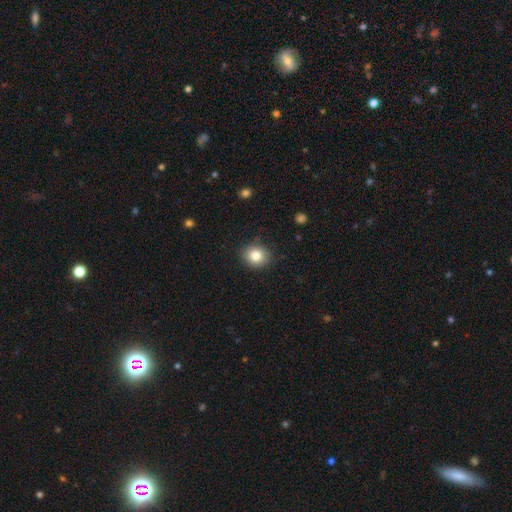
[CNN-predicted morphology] Q: Smooth or featured?
A: smooth (82%); runner-up: star or artifact (10%)
Q: How rounded?
A: round (72%); runner-up: in between (27%)
Q: Merging?
A: none (88%); runner-up: minor disturbance (9%)